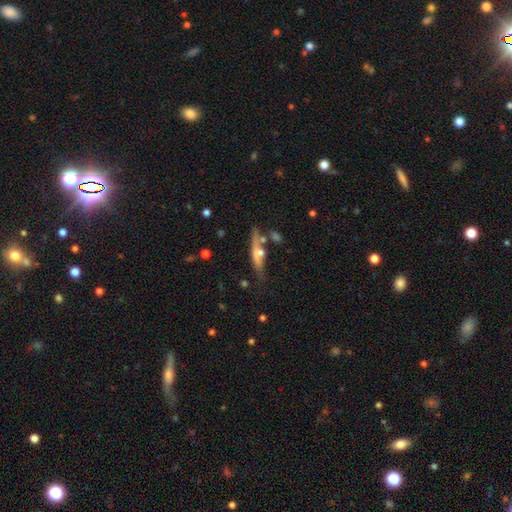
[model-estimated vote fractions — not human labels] Smooth or featured? featured or disk (58%)
Edge-on disk? yes (86%)
Merging? none (64%)